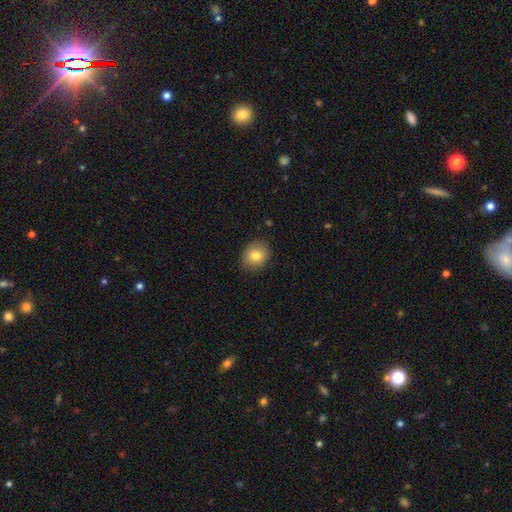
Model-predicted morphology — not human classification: This is clearly a smooth galaxy (81%). How rounded: likely round (66%). Merging: clearly none (86%).